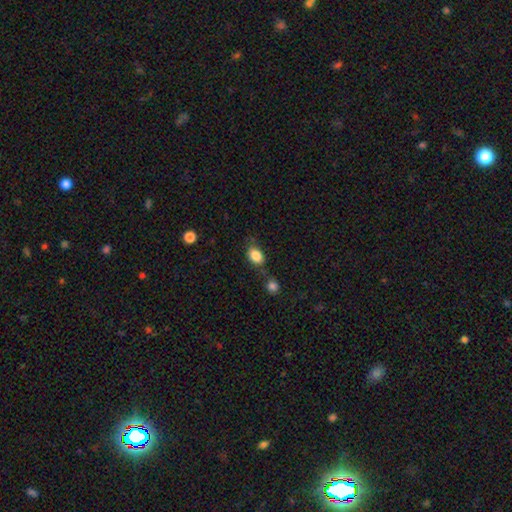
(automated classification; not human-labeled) Morphology: type=smooth (84%); roundness=in between (78%); merging=none (58%).